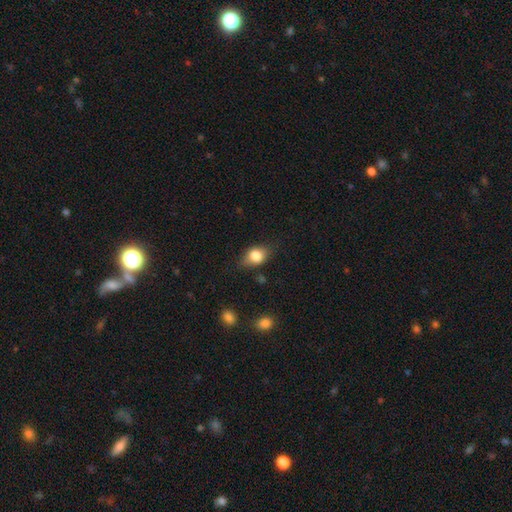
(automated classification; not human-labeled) smooth 77%, featured or disk 14%, star or artifact 9%. Down the decision tree: how rounded — in between (69%); merging — none (73%).